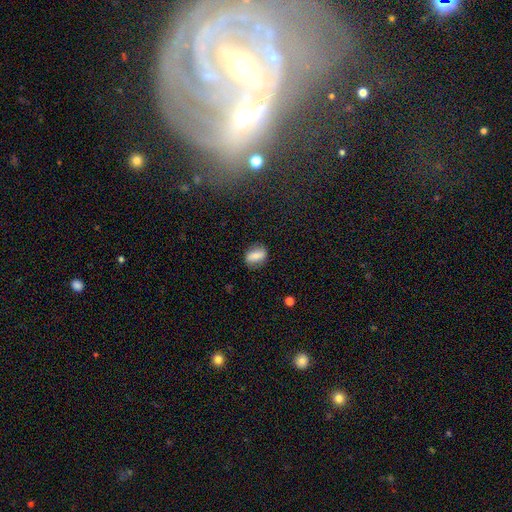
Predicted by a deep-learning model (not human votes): This is likely a smooth galaxy (66%). How rounded: likely in between (71%). Merging: clearly none (81%).